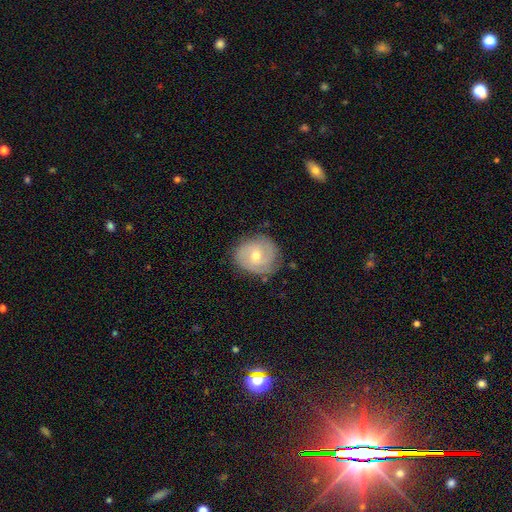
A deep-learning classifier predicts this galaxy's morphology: Smooth or featured?
  - featured or disk: 54% *
  - smooth: 38%
  - star or artifact: 8%
Edge-on disk?
  - no: 96% *
  - yes: 4%
Bar?
  - no: 56% *
  - weak: 37%
  - strong: 7%
Spiral arms?
  - yes: 75% *
  - no: 25%
Bulge size?
  - moderate: 69% *
  - small: 26%
  - large: 3%
  - none: 1%
  - dominant: 1%
Merging?
  - none: 76% *
  - minor disturbance: 19%
  - major disturbance: 4%
  - merger: 2%